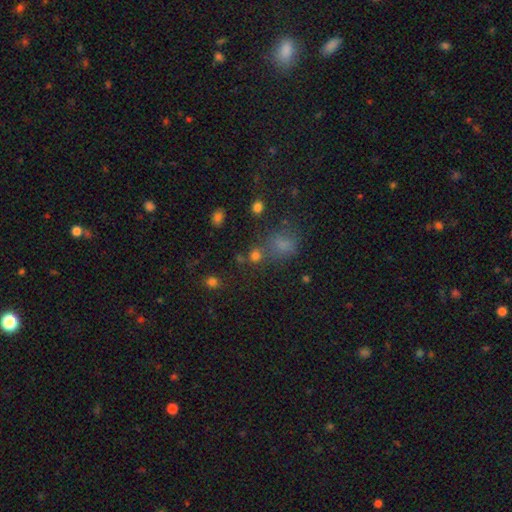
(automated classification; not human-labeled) The model was most divided on "merging": none: 60%, merger: 22%, minor disturbance: 11%, major disturbance: 7%. More confident: how rounded — round (78%); smooth or featured — smooth (69%).